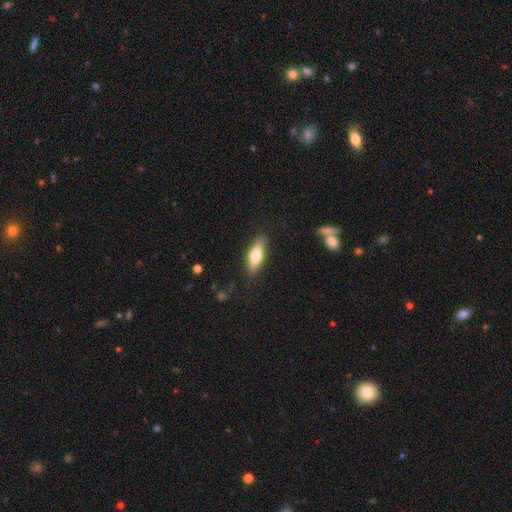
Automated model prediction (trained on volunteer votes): This is likely a smooth galaxy (71%). How rounded: likely in between (63%). Merging: clearly none (84%).